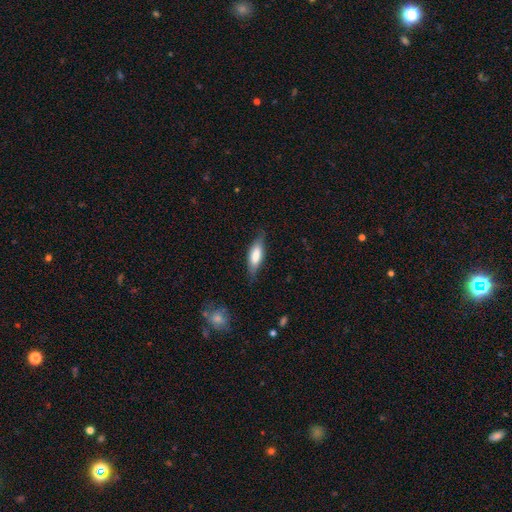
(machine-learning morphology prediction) Smooth or featured?
  - smooth: 68% *
  - featured or disk: 26%
  - star or artifact: 6%
How rounded?
  - in between: 57% *
  - cigar-shaped: 41%
  - round: 2%
Merging?
  - none: 74% *
  - minor disturbance: 20%
  - major disturbance: 5%
  - merger: 1%